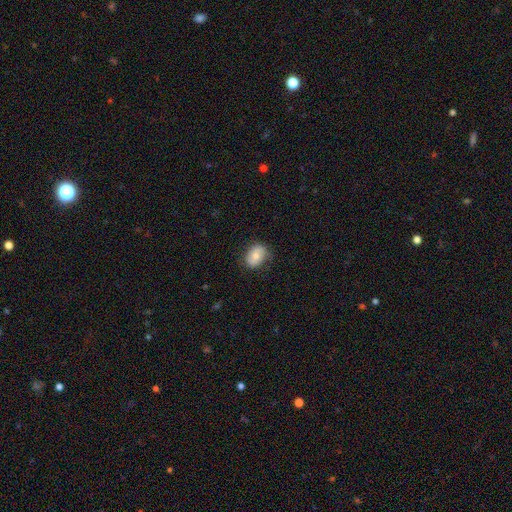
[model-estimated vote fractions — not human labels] This appears to be a smooth galaxy with no disk features (69%) that is in between round and cigar-shaped (72%). Merging: none (75%).